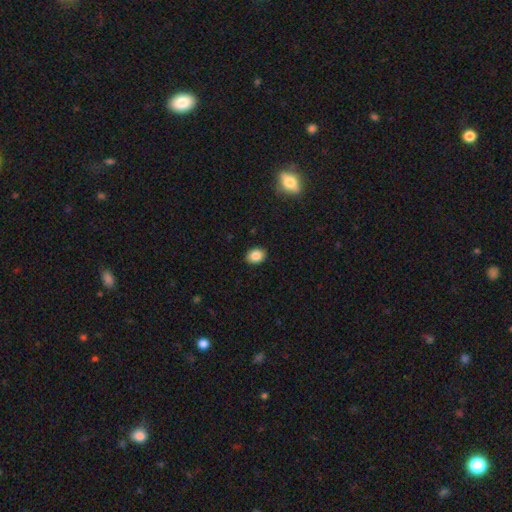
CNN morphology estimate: smooth-or-featured: smooth: 86% | star or artifact: 9% | featured or disk: 5%
  how-rounded: in between: 60% | round: 39% | cigar-shaped: 1%
  merging: none: 91% | minor disturbance: 7% | major disturbance: 2% | merger: 1%